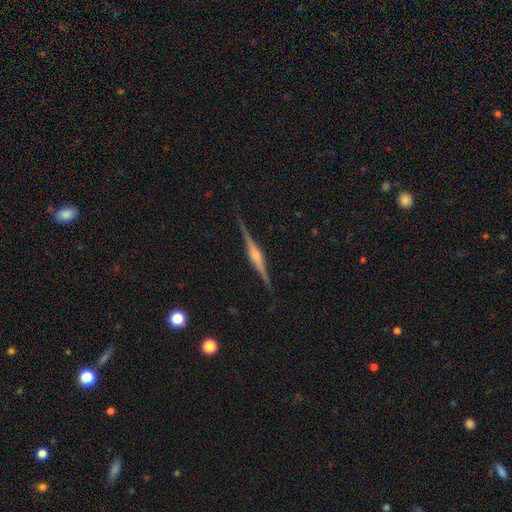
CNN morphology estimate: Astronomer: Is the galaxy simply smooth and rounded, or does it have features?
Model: featured or disk — 85%.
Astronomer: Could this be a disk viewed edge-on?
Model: yes — 98%.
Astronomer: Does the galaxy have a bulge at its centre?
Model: rounded — 76%.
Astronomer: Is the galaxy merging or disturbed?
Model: none — 89%.